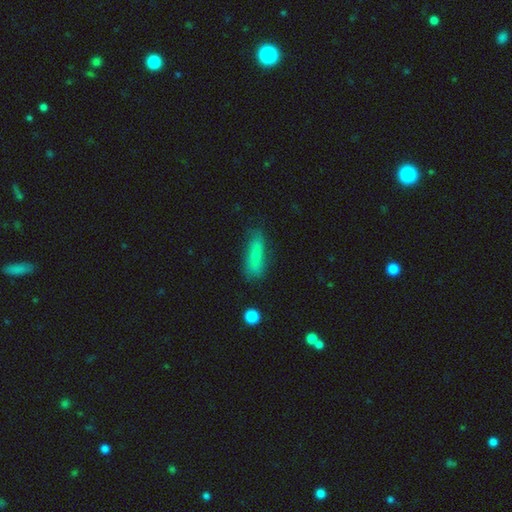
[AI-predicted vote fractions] Morphology: type=smooth (69%); roundness=cigar-shaped (49%); merging=none (69%).